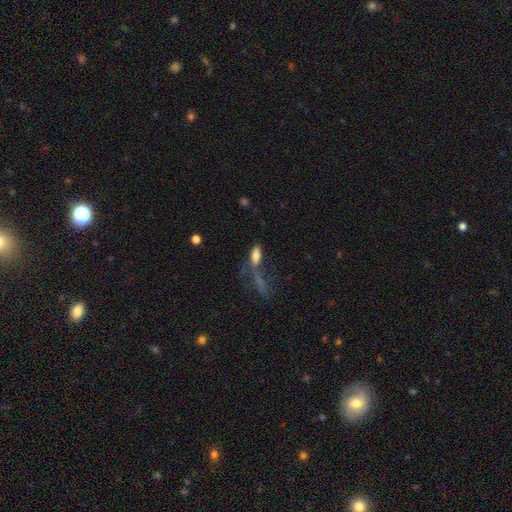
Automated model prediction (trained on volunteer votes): The model was most divided on "merging": none: 40%, merger: 28%, minor disturbance: 16%, major disturbance: 15%. More confident: smooth or featured — smooth (76%); how rounded — in between (72%).